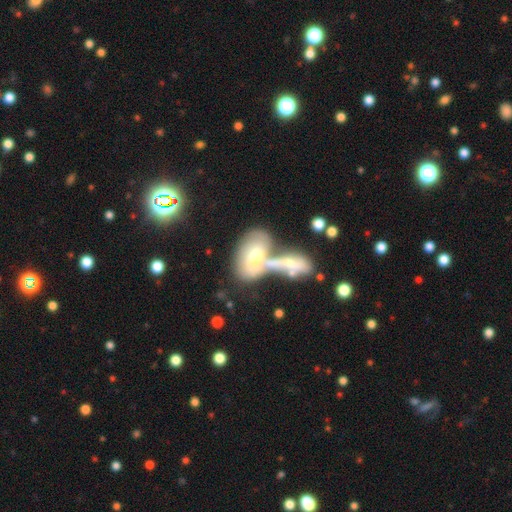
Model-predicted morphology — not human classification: This appears to be a smooth galaxy with no disk features (57%) that is in between round and cigar-shaped (86%). Merging: merger (56%).